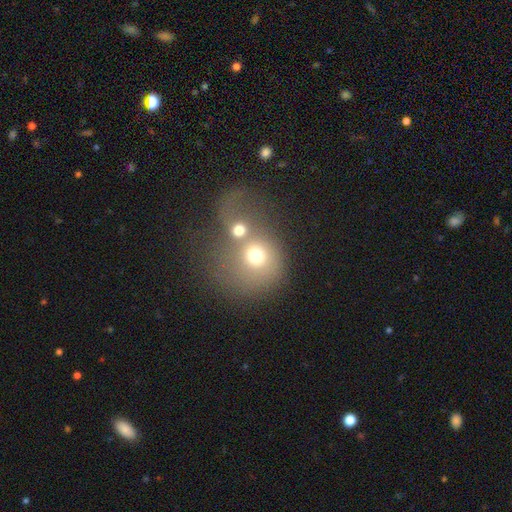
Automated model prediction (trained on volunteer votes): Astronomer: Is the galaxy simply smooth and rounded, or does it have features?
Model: smooth — 63%.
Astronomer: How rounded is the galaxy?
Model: round — 76%.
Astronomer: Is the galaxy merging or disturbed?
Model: merger — 64%.